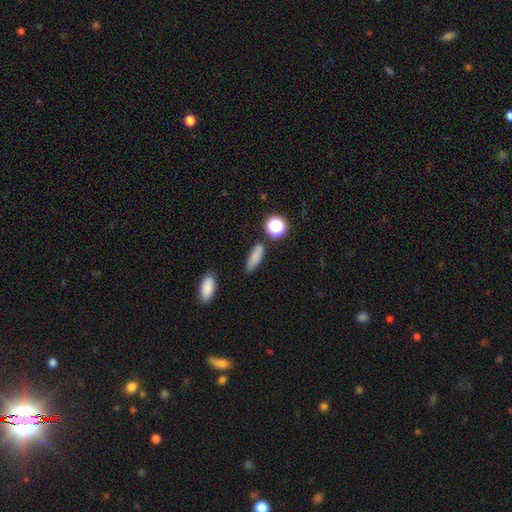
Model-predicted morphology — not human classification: smooth 81%, star or artifact 12%, featured or disk 7%. Down the decision tree: how rounded — in between (56%); merging — none (74%).